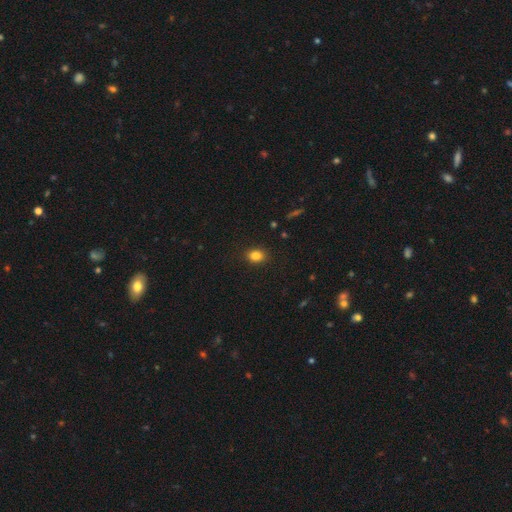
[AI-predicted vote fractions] Smooth or featured? smooth (84%)
How rounded? in between (63%)
Merging? none (88%)